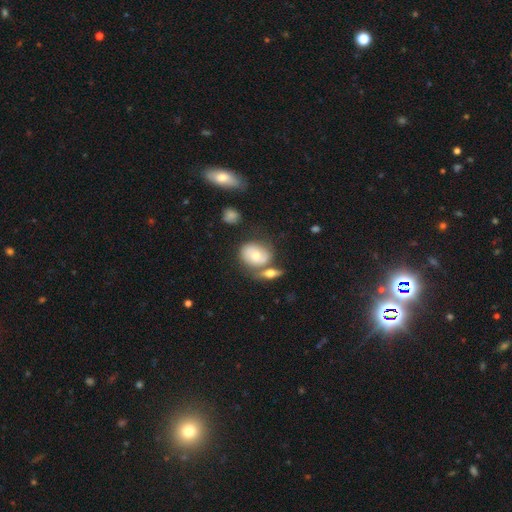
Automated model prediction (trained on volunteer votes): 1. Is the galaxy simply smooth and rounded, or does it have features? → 54% smooth, 39% featured or disk, 8% star or artifact.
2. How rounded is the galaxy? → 50% round, 48% in between, 2% cigar-shaped.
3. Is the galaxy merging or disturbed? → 43% none, 33% merger, 17% minor disturbance, 8% major disturbance.